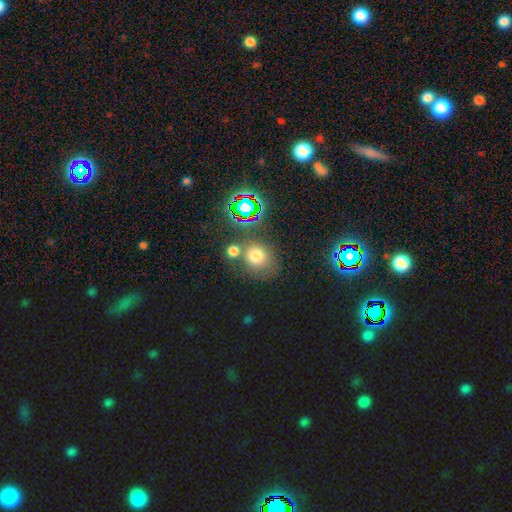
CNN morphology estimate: Smooth or featured? Predicted: smooth (p=0.68). How rounded? Predicted: round (p=0.75). Merging? Predicted: none (p=0.60).